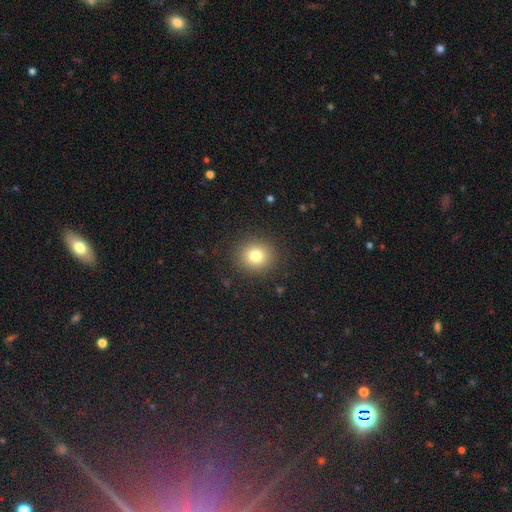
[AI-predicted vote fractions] Smooth or featured?
  - smooth: 79% *
  - star or artifact: 12%
  - featured or disk: 9%
How rounded?
  - round: 88% *
  - in between: 11%
  - cigar-shaped: 1%
Merging?
  - none: 89% *
  - minor disturbance: 7%
  - major disturbance: 3%
  - merger: 1%